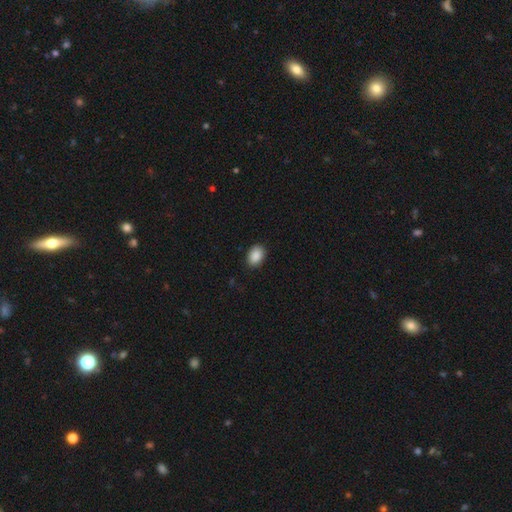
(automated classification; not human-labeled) The model was most divided on "how rounded": in between: 81%, round: 18%, cigar-shaped: 1%. More confident: smooth or featured — smooth (89%); merging — none (88%).